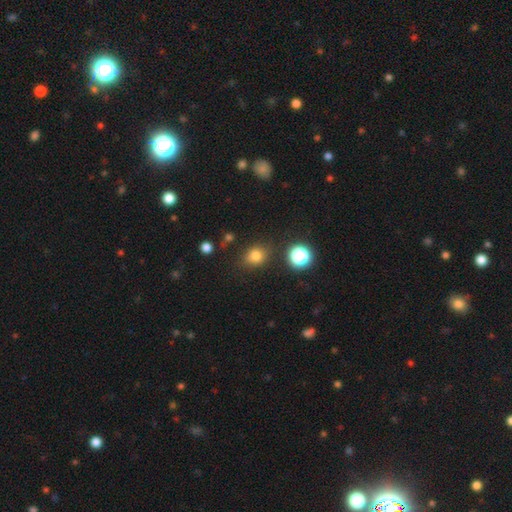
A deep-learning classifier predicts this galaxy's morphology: Overall: smooth (76%). How rounded: round (59%; in between 40%). Merging: none (79%).